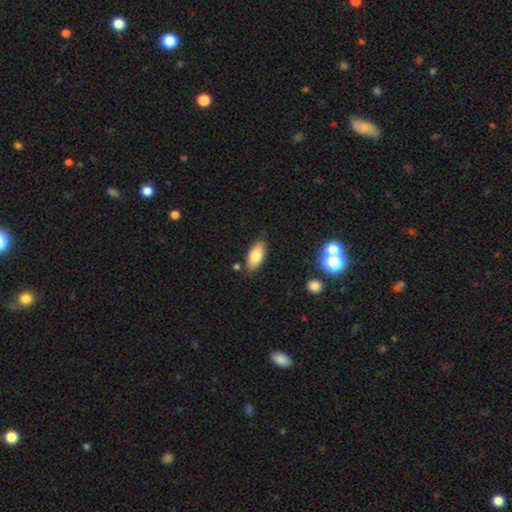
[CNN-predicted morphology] Smooth or featured? smooth (79%)
How rounded? in between (90%)
Merging? none (82%)